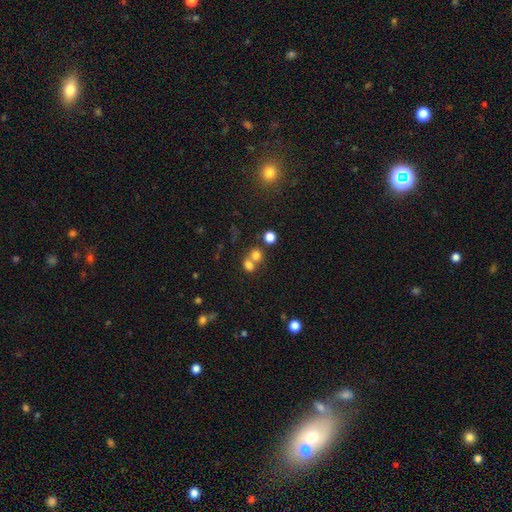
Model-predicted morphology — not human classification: This is likely a smooth galaxy (73%). How rounded: likely round (71%). Merging: possibly merger (51%).